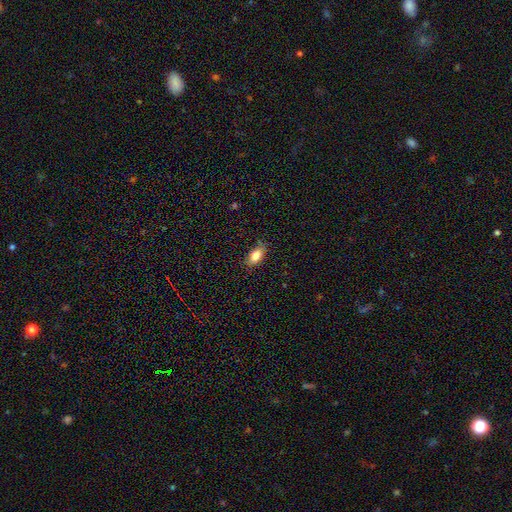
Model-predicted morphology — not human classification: Q: Smooth or featured?
A: smooth (82%); runner-up: featured or disk (10%)
Q: How rounded?
A: in between (88%); runner-up: cigar-shaped (6%)
Q: Merging?
A: none (81%); runner-up: minor disturbance (15%)